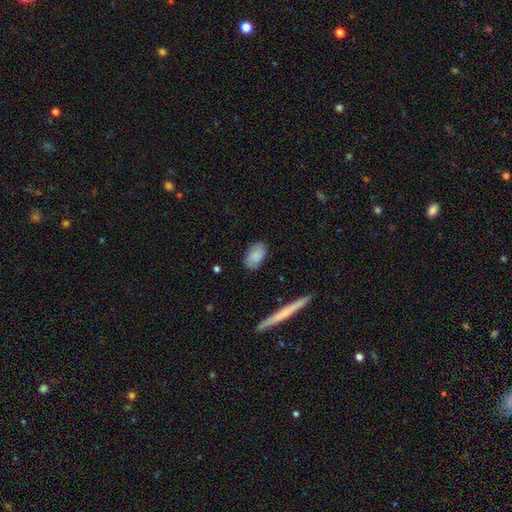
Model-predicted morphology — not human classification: smooth 81%, featured or disk 13%, star or artifact 7%. Down the decision tree: how rounded — in between (92%); merging — none (82%).